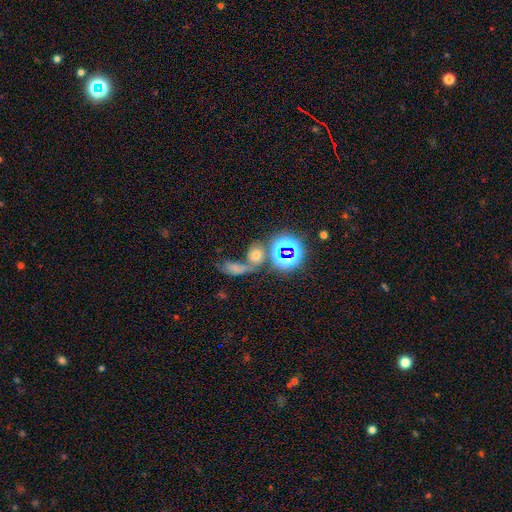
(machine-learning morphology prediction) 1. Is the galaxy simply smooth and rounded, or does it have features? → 54% smooth, 35% star or artifact, 11% featured or disk.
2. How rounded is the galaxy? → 48% in between (tied), 48% round (tied), 4% cigar-shaped.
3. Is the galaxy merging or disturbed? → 47% merger, 37% none, 9% minor disturbance, 8% major disturbance.